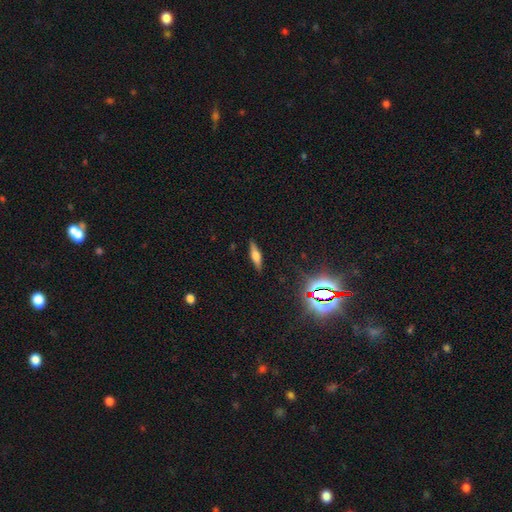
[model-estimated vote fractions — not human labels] This is possibly a smooth galaxy (46%). Merging: clearly none (87%).